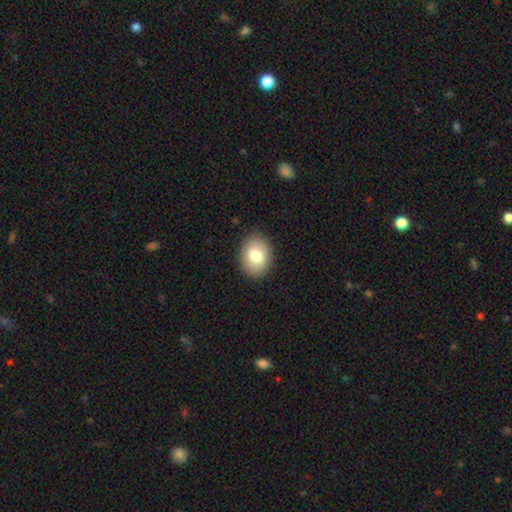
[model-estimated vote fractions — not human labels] Morphology: type=smooth (80%); roundness=in between (63%); merging=none (88%).